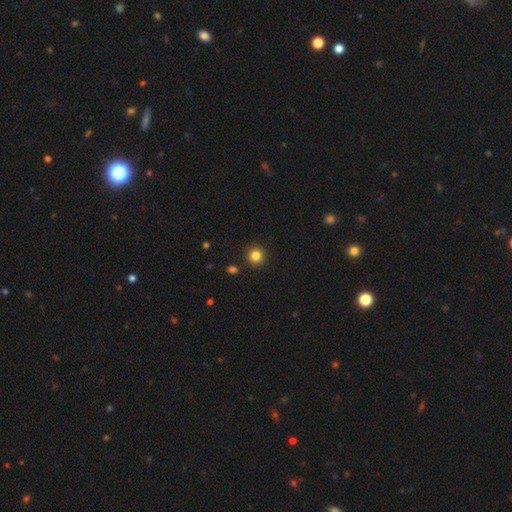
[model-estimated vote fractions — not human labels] Smooth or featured? Predicted: smooth (p=0.83). How rounded? Predicted: round (p=0.94). Merging? Predicted: none (p=0.91).